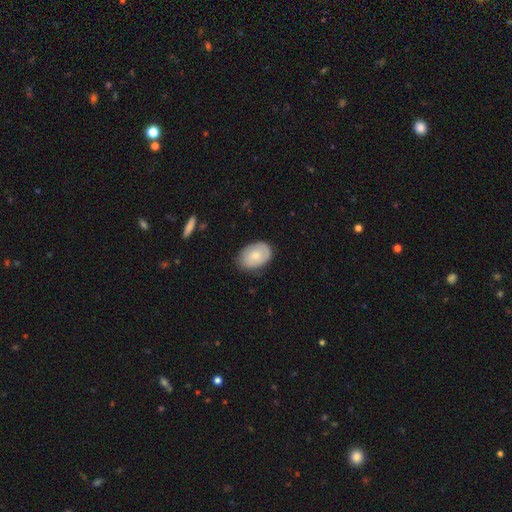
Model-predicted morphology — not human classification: smooth-or-featured: smooth: 71% | featured or disk: 23% | star or artifact: 6%
  how-rounded: in between: 85% | round: 14% | cigar-shaped: 1%
  merging: none: 76% | minor disturbance: 19% | major disturbance: 4% | merger: 1%